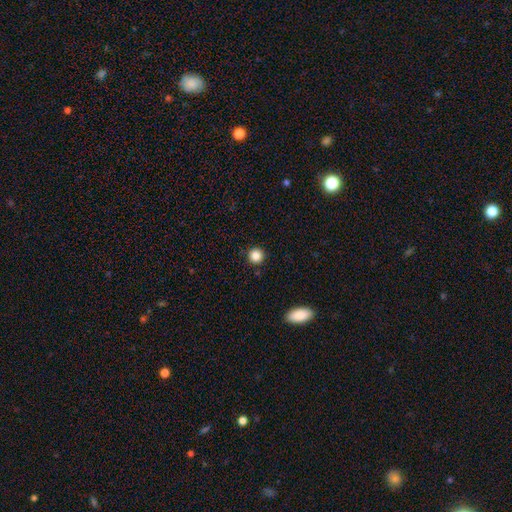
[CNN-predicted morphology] Overall: smooth (86%). How rounded: round (95%). Merging: none (92%).